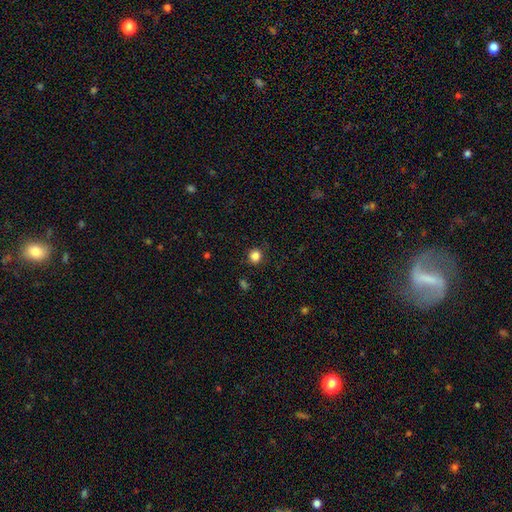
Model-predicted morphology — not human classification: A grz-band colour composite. It shows a smooth galaxy with no disk features (85%) that is round (88%). Merging: none (87%).